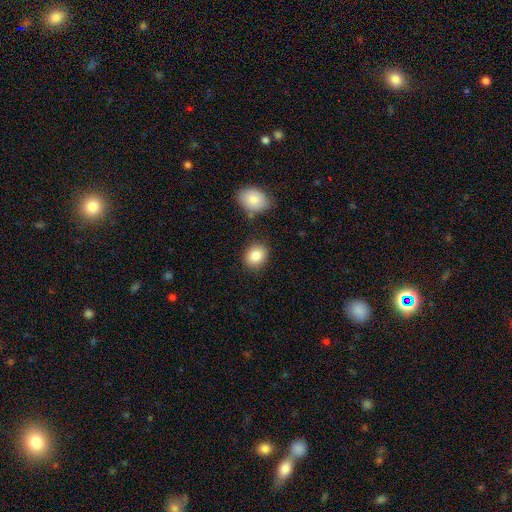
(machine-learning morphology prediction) Smooth or featured? smooth (86%)
How rounded? round (62%)
Merging? none (82%)